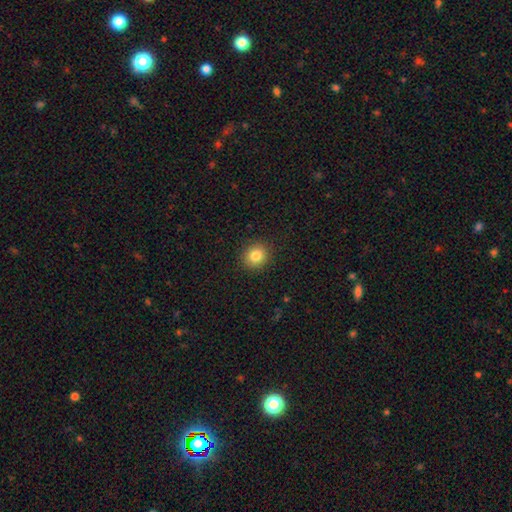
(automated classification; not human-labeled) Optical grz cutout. It shows a smooth galaxy with no disk features (83%) that is round (84%). Merging: none (90%).